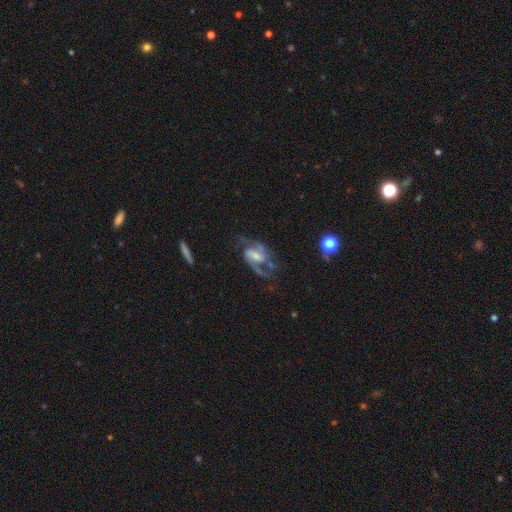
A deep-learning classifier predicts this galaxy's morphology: smooth-or-featured: featured or disk: 90% | smooth: 5% | star or artifact: 5%
  disk-edge-on: no: 97% | yes: 3%
    bar: weak: 48% | strong: 34% | no: 18%
    has-spiral-arms: yes: 97% | no: 3%
      spiral-winding: medium: 59% | loose: 28% | tight: 14%
      spiral-arm-count: 2: 90% | 3: 3% | can't tell: 3% | 1: 2% | 4: 1% | more than 4: 1%
    bulge-size: moderate: 43% | small: 38% | none: 10% | large: 7% | dominant: 1%
  merging: none: 67% | minor disturbance: 17% | major disturbance: 13% | merger: 3%